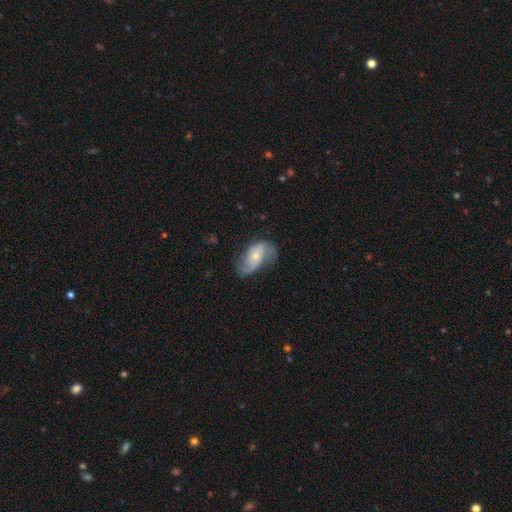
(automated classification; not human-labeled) A featured or disk galaxy (66%) with no bar (62%), 2 (82%) loose (61%) spiral arms (89%) and a small central bulge (50%).

Vote fractions:
- Smooth or featured? featured or disk: 66% / smooth: 27% / star or artifact: 7%
- Edge-on disk? no: 95% / yes: 5%
- Bar? no: 62% / weak: 29% / strong: 8%
- Spiral arms? yes: 89% / no: 11%
- Spiral winding? loose: 61% / medium: 29% / tight: 10%
- Spiral arm count? 2: 82% / can't tell: 8% / 1: 5% / 3: 3% / 4: 1% / more than 4: 1%
- Bulge size? small: 50% / moderate: 42% / large: 4% / none: 3% / dominant: 1%
- Merging? none: 57% / minor disturbance: 27% / major disturbance: 15% / merger: 2%